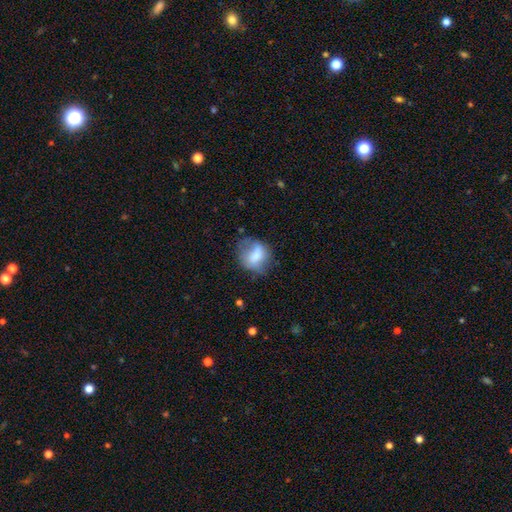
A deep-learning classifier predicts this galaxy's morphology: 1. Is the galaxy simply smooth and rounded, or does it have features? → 66% smooth, 25% featured or disk, 9% star or artifact.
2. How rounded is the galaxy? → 55% round, 43% in between, 2% cigar-shaped.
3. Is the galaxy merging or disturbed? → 49% none, 29% minor disturbance, 18% major disturbance, 4% merger.